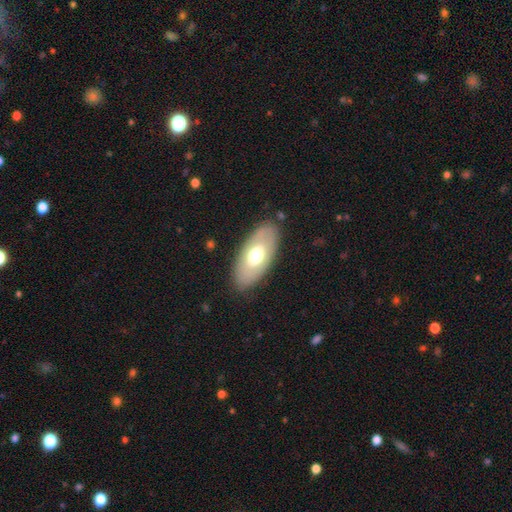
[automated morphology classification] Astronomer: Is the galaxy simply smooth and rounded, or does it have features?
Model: smooth — 57% (runner-up: featured or disk, 37%).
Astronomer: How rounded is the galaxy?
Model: in between — 92%.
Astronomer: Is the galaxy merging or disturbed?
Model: none — 84%.